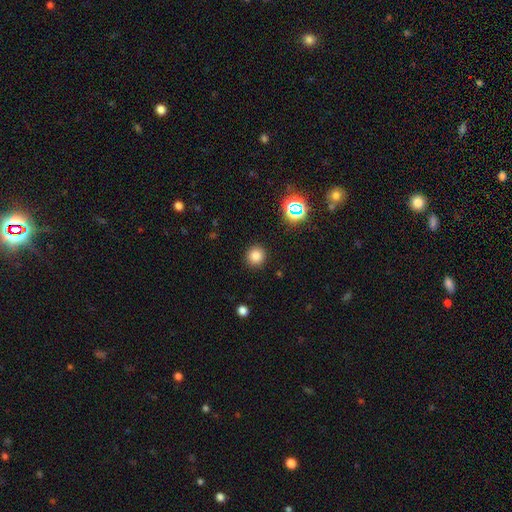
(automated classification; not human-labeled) smooth_or_featured: smooth (p=0.80) [alt: star or artifact p=0.16]
how_rounded: round (p=0.92) [alt: in between p=0.07]
merging: none (p=0.91) [alt: minor disturbance p=0.06]